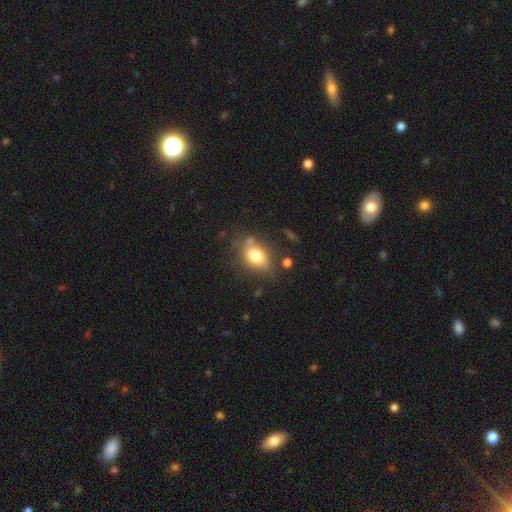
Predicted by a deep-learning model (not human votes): This appears to be a smooth galaxy with no disk features (76%) that is in between round and cigar-shaped (71%). Merging: none (67%).